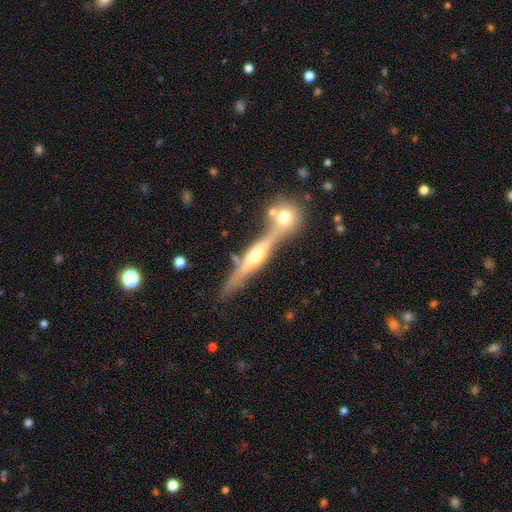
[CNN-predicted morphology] Smooth or featured? featured or disk (74%)
Edge-on disk? yes (95%)
Edge-on bulge? rounded (91%)
Merging? none (67%)